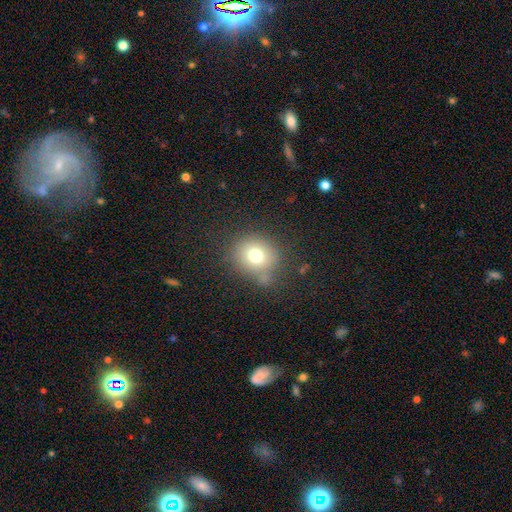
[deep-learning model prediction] smooth-or-featured: smooth: 74% | star or artifact: 14% | featured or disk: 12%
  how-rounded: round: 77% | in between: 22% | cigar-shaped: 1%
  merging: none: 72% | minor disturbance: 16% | major disturbance: 6% | merger: 6%